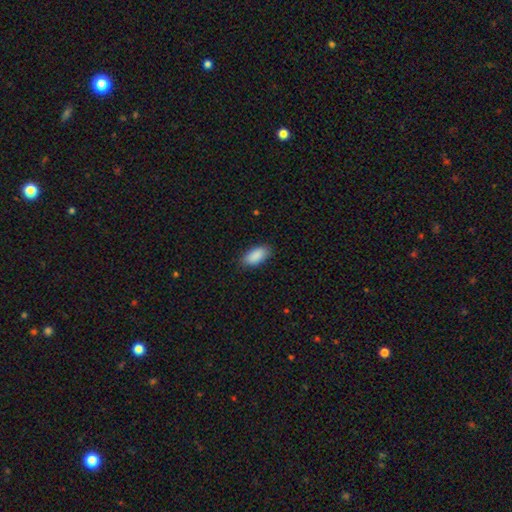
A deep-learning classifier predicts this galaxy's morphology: smooth_or_featured: smooth (p=0.91) [alt: star or artifact p=0.06]
how_rounded: in between (p=0.92) [alt: cigar-shaped p=0.06]
merging: none (p=0.86) [alt: minor disturbance p=0.10]